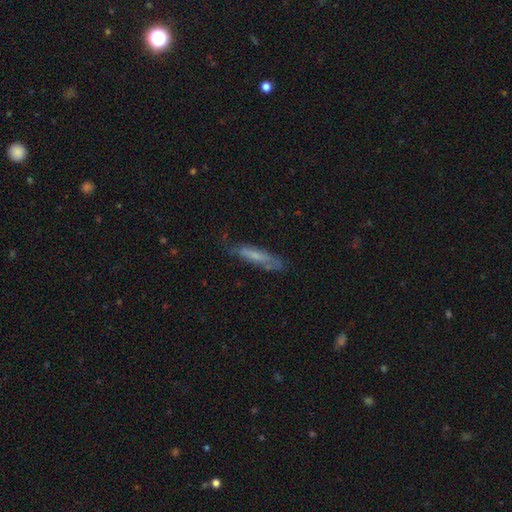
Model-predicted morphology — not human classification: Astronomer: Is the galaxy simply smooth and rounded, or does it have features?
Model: smooth — 50% (runner-up: featured or disk, 42%).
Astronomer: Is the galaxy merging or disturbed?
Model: none — 66%.